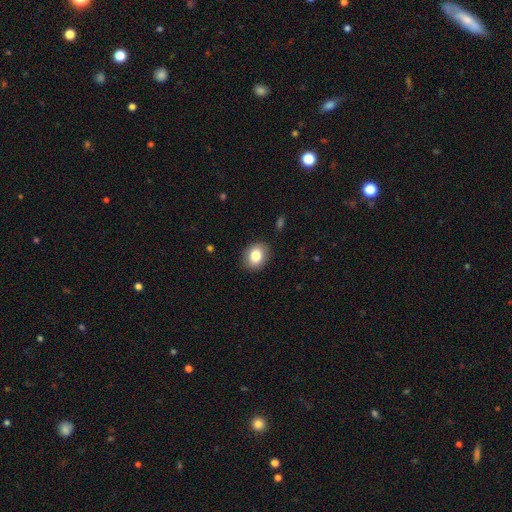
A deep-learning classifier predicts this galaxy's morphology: type=smooth (83%); roundness=in between (52%); merging=none (88%).